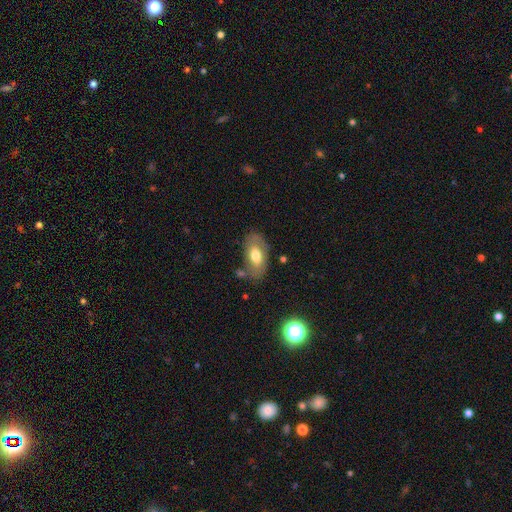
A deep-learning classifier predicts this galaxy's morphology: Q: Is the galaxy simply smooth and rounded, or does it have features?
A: smooth — 61%.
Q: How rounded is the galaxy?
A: in between — 92%.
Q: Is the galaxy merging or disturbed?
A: none — 69%.